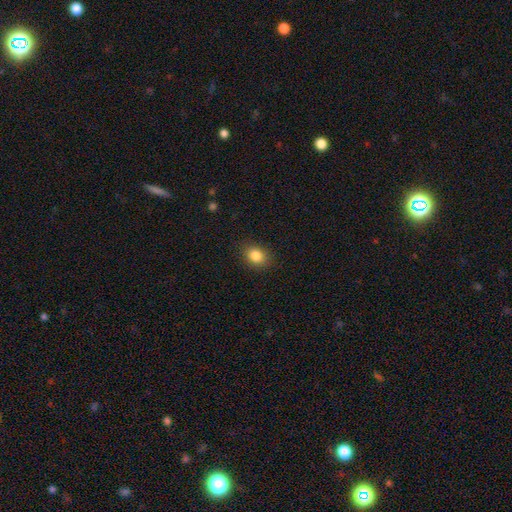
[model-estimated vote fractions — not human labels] Morphology: type=smooth (85%); roundness=in between (65%); merging=none (87%).